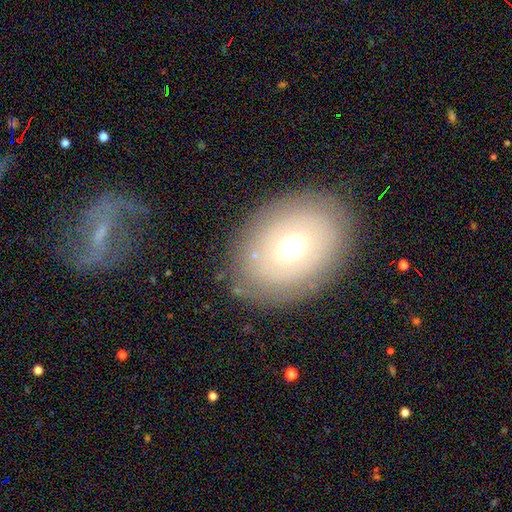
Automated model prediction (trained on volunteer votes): Smooth or featured? Predicted: smooth (p=0.54). How rounded? Predicted: in between (p=0.68). Merging? Predicted: none (p=0.81).